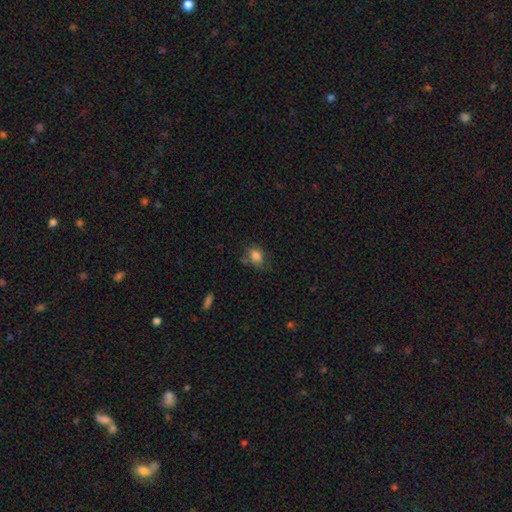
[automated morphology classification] smooth_or_featured: smooth (p=0.81) [alt: star or artifact p=0.11]
how_rounded: in between (p=0.53) [alt: round p=0.46]
merging: none (p=0.56) [alt: minor disturbance p=0.28]